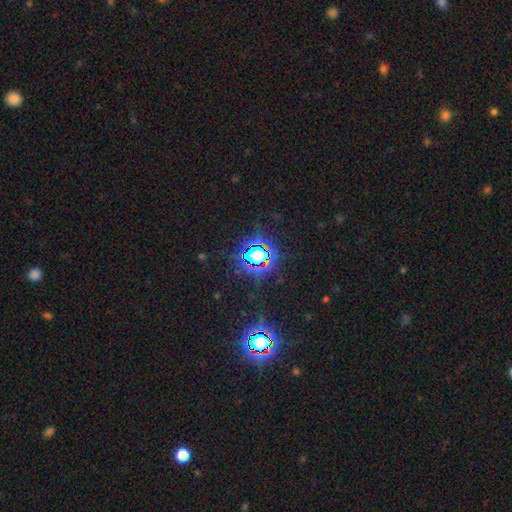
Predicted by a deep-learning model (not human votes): This appears to be a star or artifact, not a galaxy (81%).